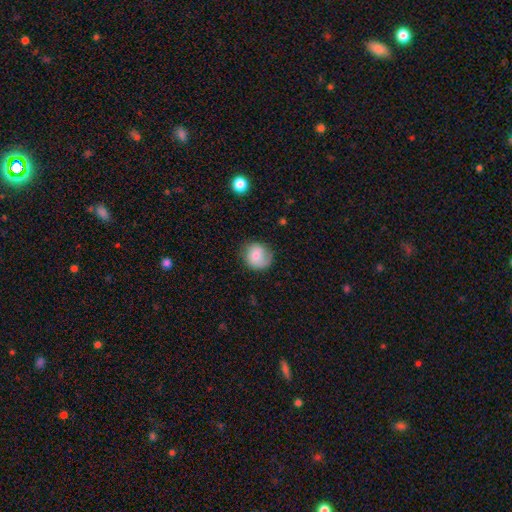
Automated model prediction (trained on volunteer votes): Morphology: type=smooth (66%); roundness=round (81%); merging=none (67%).